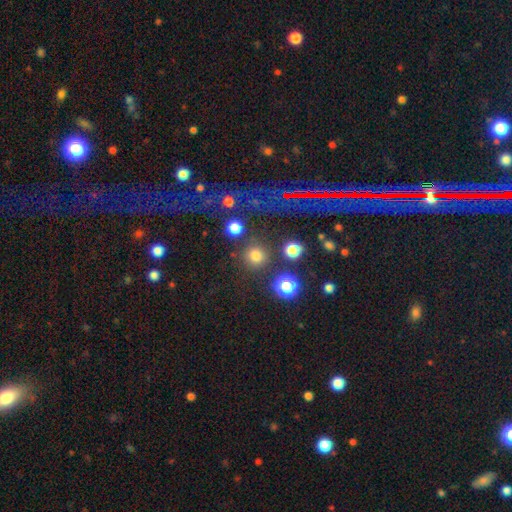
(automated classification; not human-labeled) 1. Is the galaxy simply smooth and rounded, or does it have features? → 73% smooth, 20% star or artifact, 6% featured or disk.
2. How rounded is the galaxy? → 93% round, 6% in between, 1% cigar-shaped.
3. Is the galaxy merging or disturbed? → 82% none, 8% minor disturbance, 6% merger, 4% major disturbance.